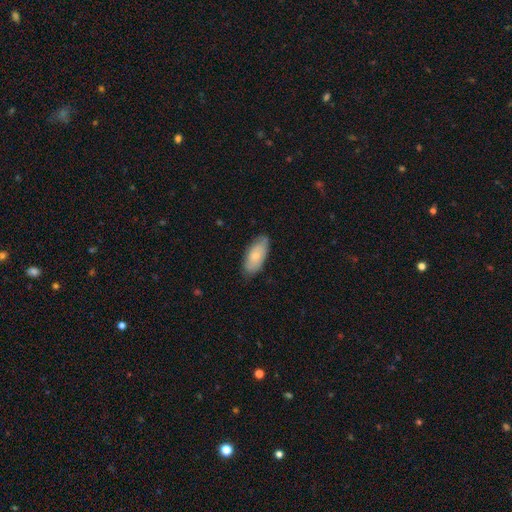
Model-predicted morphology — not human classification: type=smooth (74%); roundness=in between (89%); merging=none (78%).